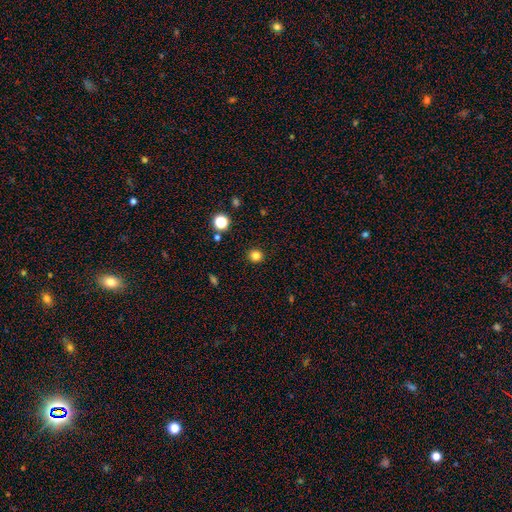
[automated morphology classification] smooth-or-featured: smooth: 82% | star or artifact: 14% | featured or disk: 4%
  how-rounded: round: 90% | in between: 9% | cigar-shaped: 1%
  merging: none: 92% | minor disturbance: 5% | major disturbance: 2% | merger: 1%